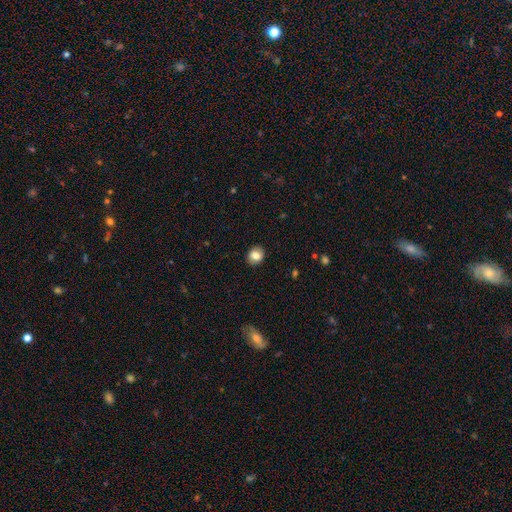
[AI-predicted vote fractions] smooth 81%, featured or disk 10%, star or artifact 9%. Down the decision tree: how rounded — round (69%); merging — none (89%).